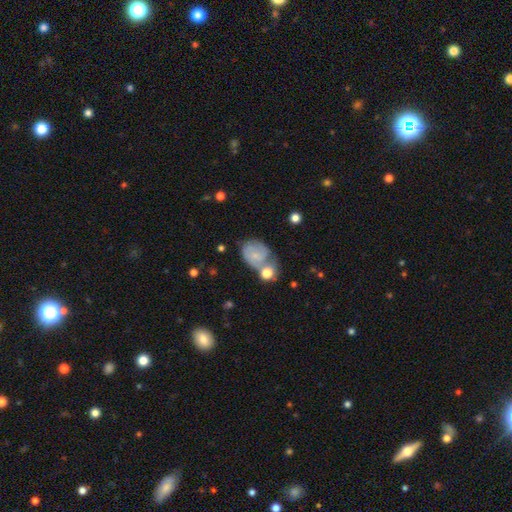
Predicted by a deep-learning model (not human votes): Overall: featured or disk (52%; smooth 39%). Edge-on disk: no (97%). Bar: no (66%; weak 29%). Spiral arms: yes (79%). Bulge size: small (67%). Merging: none (43%; minor disturbance 22%).